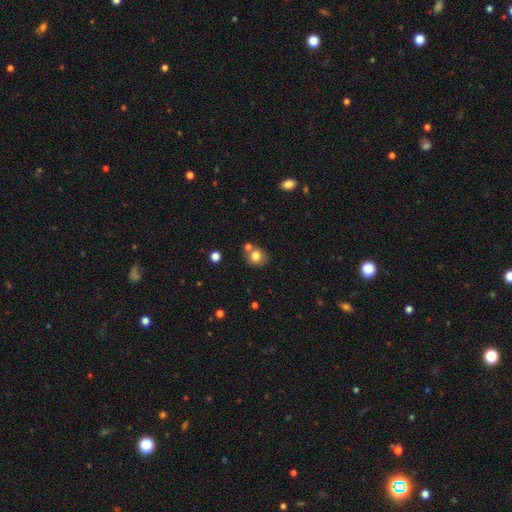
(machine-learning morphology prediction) Smooth or featured: smooth — 79% (star or artifact — 11%)
How rounded: round — 79% (in between — 20%)
Merging: none — 63% (merger — 22%)